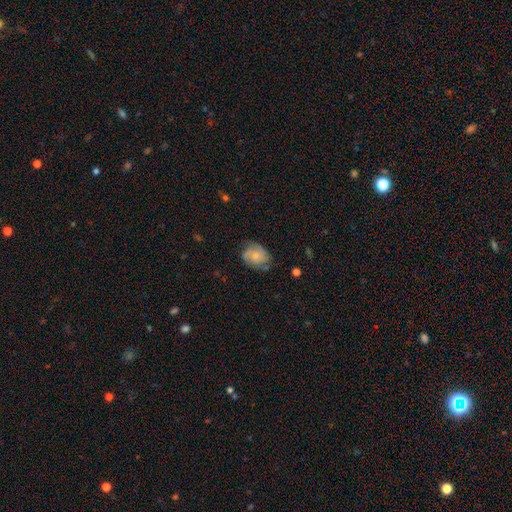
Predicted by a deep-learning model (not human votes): A featured or disk galaxy (57%) with no bar (77%), spiral arms (89%) and a small central bulge (59%).

Vote fractions:
- Smooth or featured? featured or disk: 57% / smooth: 36% / star or artifact: 7%
- Edge-on disk? no: 97% / yes: 3%
- Bar? no: 77% / weak: 20% / strong: 3%
- Spiral arms? yes: 89% / no: 11%
- Bulge size? small: 59% / moderate: 30% / none: 8% / large: 2% / dominant: 1%
- Merging? none: 64% / minor disturbance: 26% / major disturbance: 9% / merger: 2%